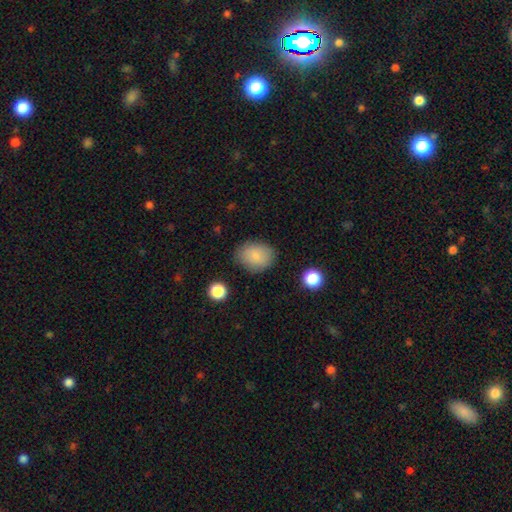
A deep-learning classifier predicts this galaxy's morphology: Smooth or featured: smooth — 83% (star or artifact — 9%)
How rounded: in between — 60% (round — 39%)
Merging: none — 78% (minor disturbance — 16%)